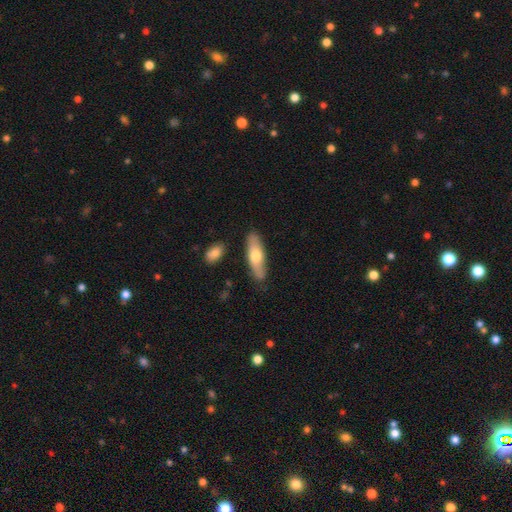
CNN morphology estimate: Q: Smooth or featured?
A: smooth (62%); runner-up: featured or disk (33%)
Q: How rounded?
A: in between (50%); runner-up: cigar-shaped (48%)
Q: Merging?
A: none (82%); runner-up: minor disturbance (13%)